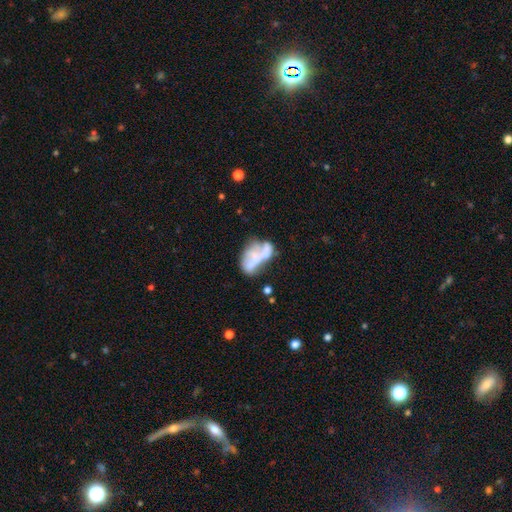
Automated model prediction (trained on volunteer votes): Overall: featured or disk (53%; smooth 35%). Edge-on disk: no (95%). Bar: no (86%). Spiral arms: no (88%). Bulge size: none (71%). Merging: merger (31%; major disturbance 27%).